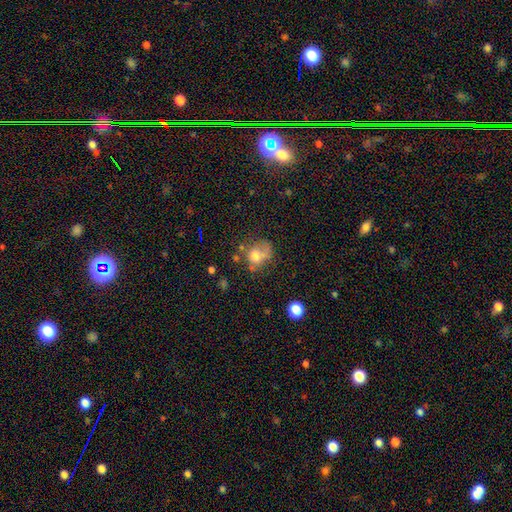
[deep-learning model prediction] smooth_or_featured: smooth (p=0.63) [alt: featured or disk p=0.24]
how_rounded: round (p=0.52) [alt: in between p=0.47]
merging: none (p=0.35) [alt: major disturbance p=0.26]